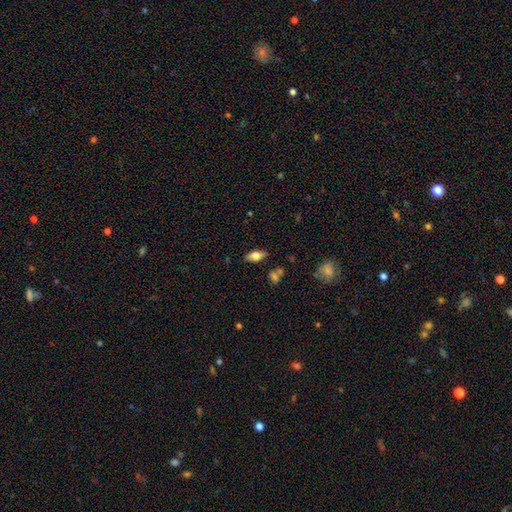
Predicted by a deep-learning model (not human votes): A smooth galaxy with no disk features (64%) that is in between round and cigar-shaped (84%).

Vote fractions:
- Smooth or featured? smooth: 64% / featured or disk: 28% / star or artifact: 8%
- How rounded? in between: 84% / cigar-shaped: 12% / round: 4%
- Merging? none: 82% / minor disturbance: 12% / merger: 3% / major disturbance: 3%